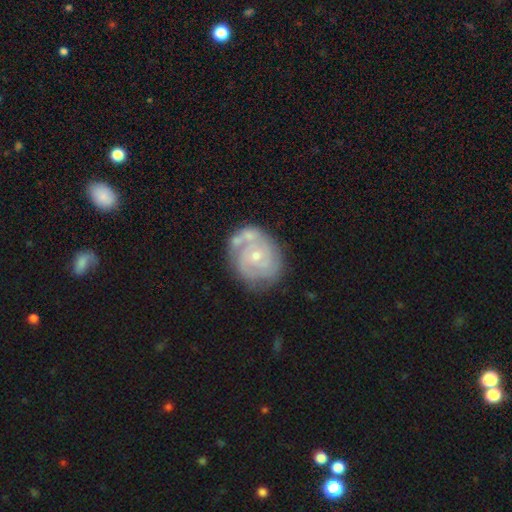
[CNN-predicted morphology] smooth_or_featured: featured or disk (p=0.80) [alt: smooth p=0.14]
disk_edge_on: no (p=0.98) [alt: yes p=0.02]
bar: no (p=0.73) [alt: weak p=0.23]
has_spiral_arms: yes (p=0.91) [alt: no p=0.09]
spiral_winding: tight (p=0.68) [alt: medium p=0.26]
spiral_arm_count: 2 (p=0.43) [alt: can't tell p=0.25]
bulge_size: small (p=0.63) [alt: moderate p=0.33]
merging: none (p=0.56) [alt: minor disturbance p=0.21]